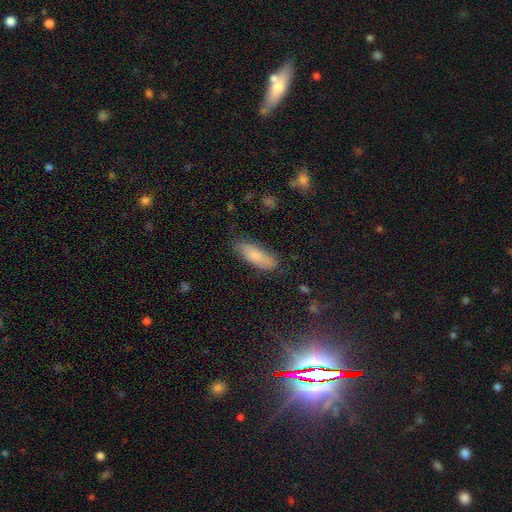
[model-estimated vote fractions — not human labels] Morphology: type=smooth (76%); roundness=in between (59%); merging=none (77%).